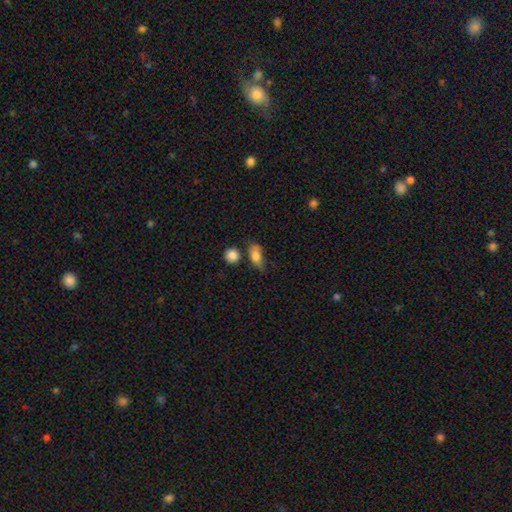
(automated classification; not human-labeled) smooth 76%, featured or disk 16%, star or artifact 8%. Down the decision tree: how rounded — in between (75%); merging — none (59%).